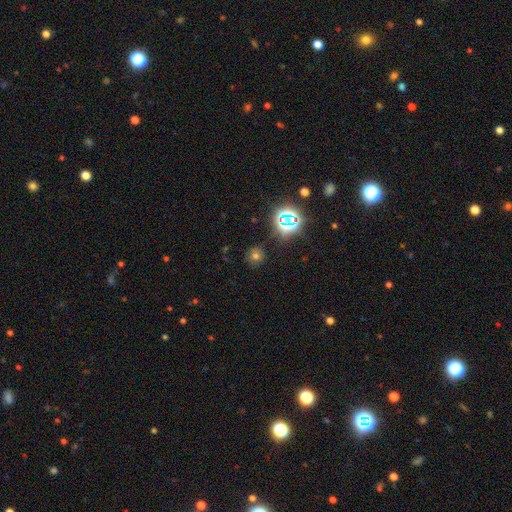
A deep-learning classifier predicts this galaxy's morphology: This is possibly a smooth galaxy (60%). How rounded: clearly round (89%). Merging: clearly none (84%).